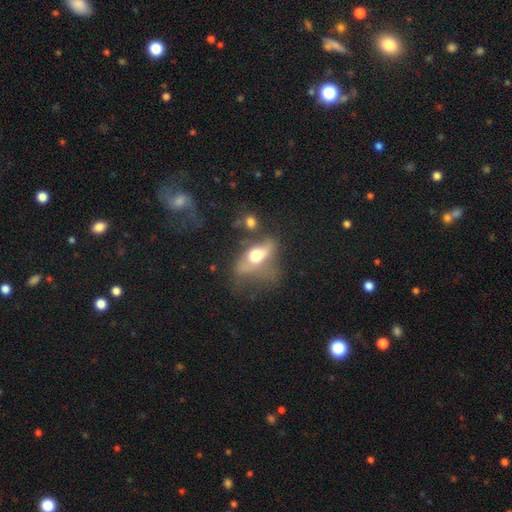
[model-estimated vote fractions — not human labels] smooth_or_featured: featured or disk (p=0.46) [alt: smooth p=0.43]
merging: major disturbance (p=0.36) [alt: none p=0.30]